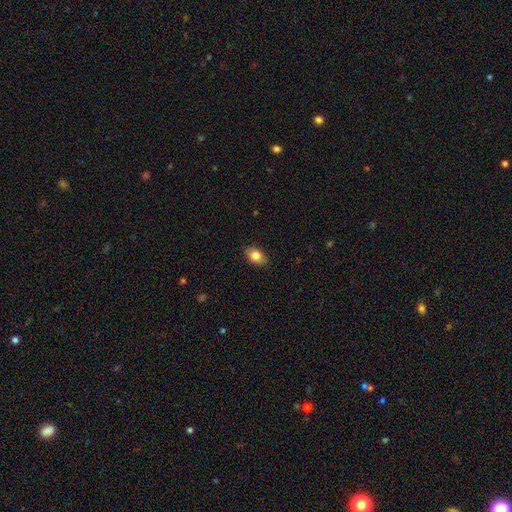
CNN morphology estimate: smooth_or_featured: smooth (p=0.83) [alt: featured or disk p=0.09]
how_rounded: in between (p=0.79) [alt: round p=0.19]
merging: none (p=0.85) [alt: minor disturbance p=0.12]